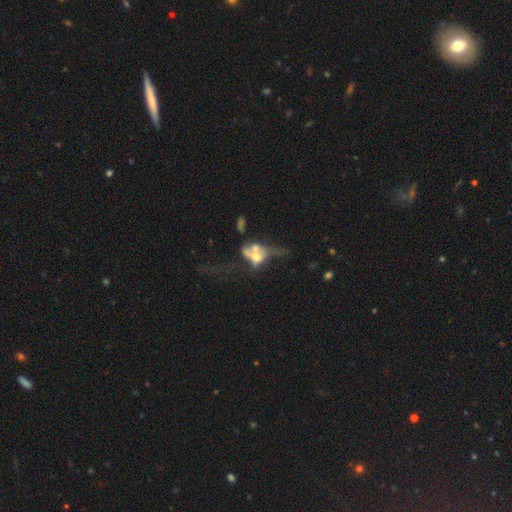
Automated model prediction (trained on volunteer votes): The model was most divided on "smooth or featured": featured or disk: 54%, smooth: 35%, star or artifact: 12%. More confident: edge-on disk — no (85%); merging — merger (53%).